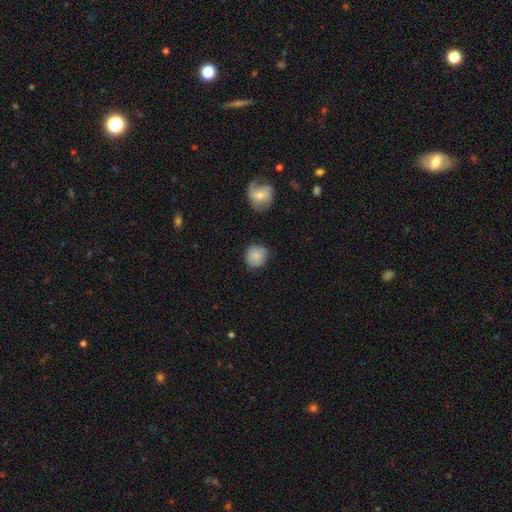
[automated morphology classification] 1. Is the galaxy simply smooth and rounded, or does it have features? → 83% smooth, 9% featured or disk, 8% star or artifact.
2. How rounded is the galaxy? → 87% round, 12% in between, 1% cigar-shaped.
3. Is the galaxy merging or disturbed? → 76% none, 17% minor disturbance, 4% major disturbance, 3% merger.